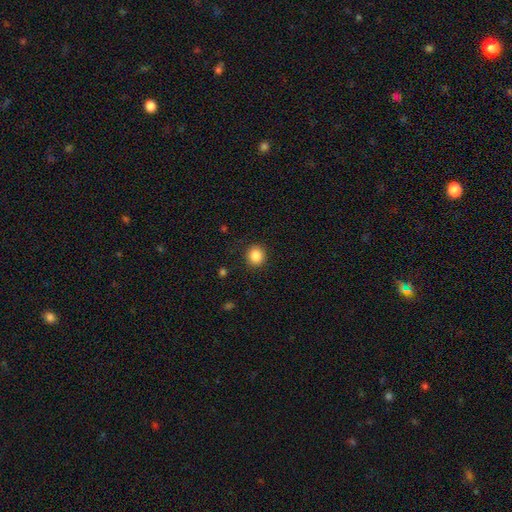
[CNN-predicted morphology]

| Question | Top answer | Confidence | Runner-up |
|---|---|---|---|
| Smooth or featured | smooth | 86% | star or artifact (10%) |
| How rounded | round | 88% | in between (11%) |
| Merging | none | 89% | minor disturbance (7%) |